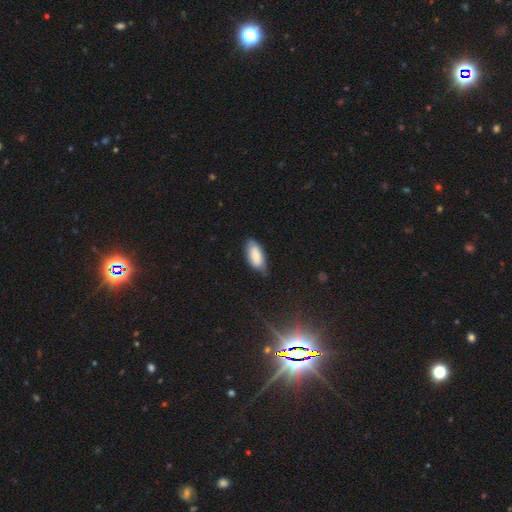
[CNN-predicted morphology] Smooth or featured: smooth — 81% (featured or disk — 13%)
How rounded: in between — 85% (cigar-shaped — 13%)
Merging: none — 61% (minor disturbance — 31%)